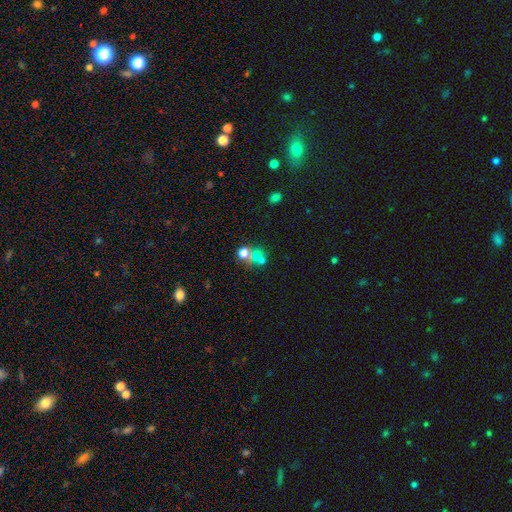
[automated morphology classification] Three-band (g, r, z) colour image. It shows a smooth galaxy with no disk features (55%) that is round (78%). Merging: merger (45%).